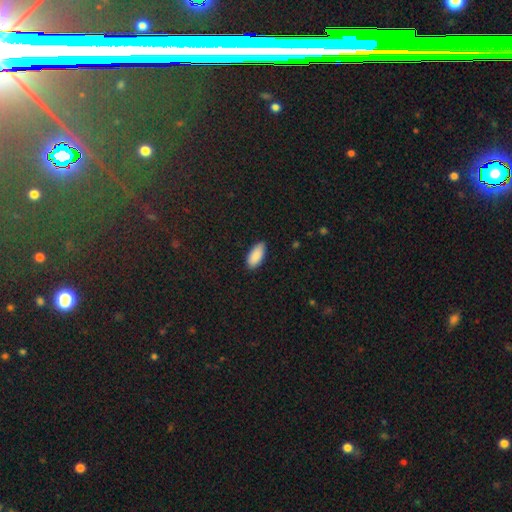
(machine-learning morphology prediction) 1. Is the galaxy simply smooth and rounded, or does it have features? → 90% smooth, 6% star or artifact, 4% featured or disk.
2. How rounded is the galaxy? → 90% in between, 8% cigar-shaped, 2% round.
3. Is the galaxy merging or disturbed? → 86% none, 11% minor disturbance, 2% major disturbance, 1% merger.